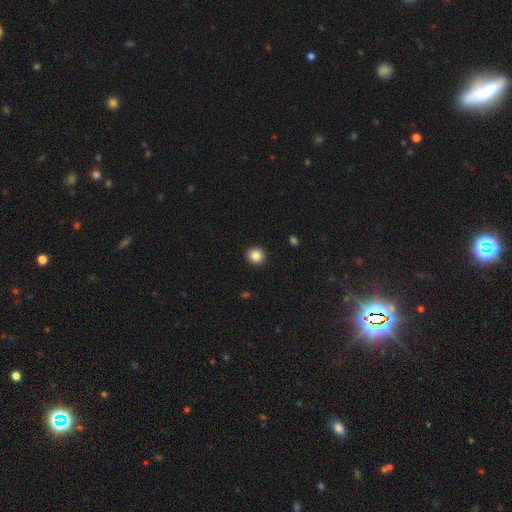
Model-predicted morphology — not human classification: Smooth or featured? smooth (86%)
How rounded? round (92%)
Merging? none (92%)